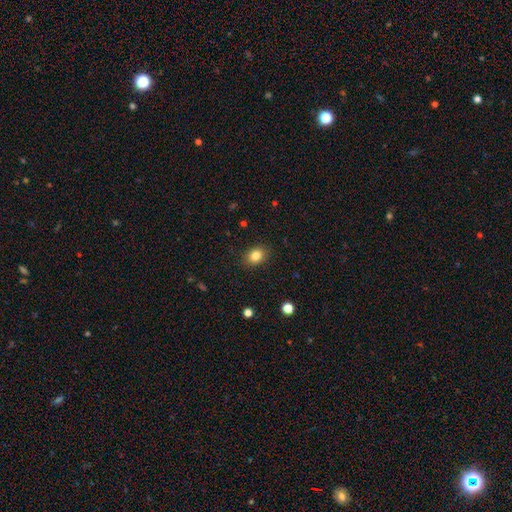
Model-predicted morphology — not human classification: Smooth or featured: smooth — 83% (star or artifact — 10%)
How rounded: in between — 55% (round — 44%)
Merging: none — 88% (minor disturbance — 8%)